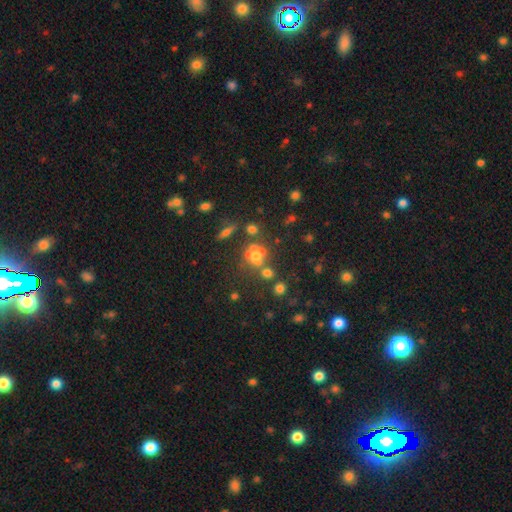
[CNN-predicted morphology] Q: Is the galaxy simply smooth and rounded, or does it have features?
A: smooth — 49%.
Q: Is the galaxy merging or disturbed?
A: none — 50%.